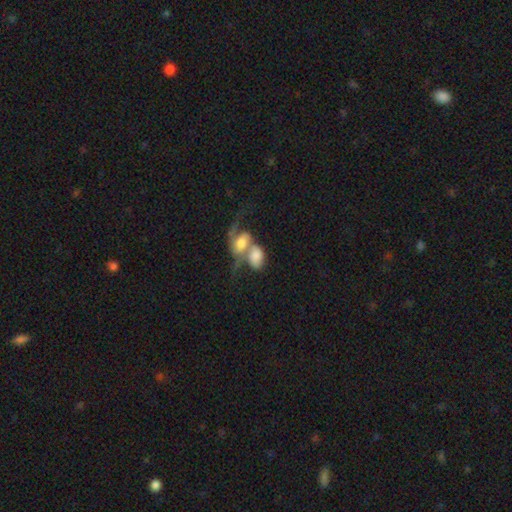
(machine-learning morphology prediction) type=featured or disk (47%); merging=merger (78%).